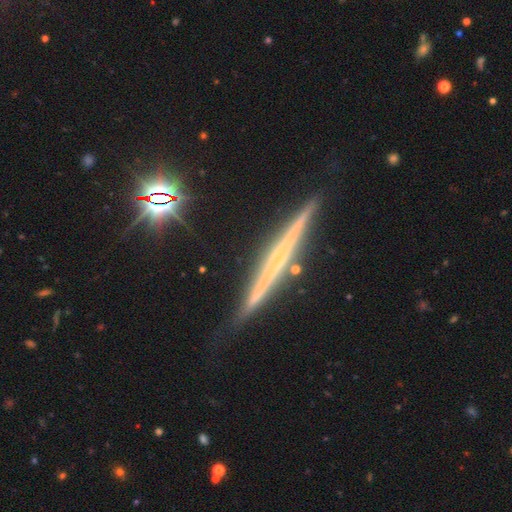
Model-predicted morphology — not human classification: This is likely a featured or disk galaxy (69%). It is clearly viewed edge-on (98%). Edge-on bulge: likely none (72%). Merging: clearly none (86%).